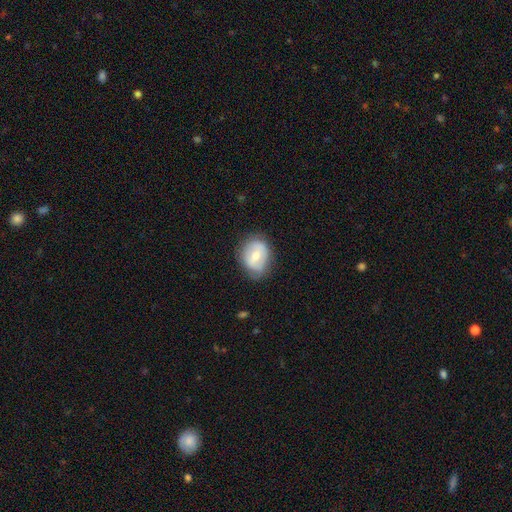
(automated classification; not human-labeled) smooth_or_featured: smooth (p=0.58) [alt: featured or disk p=0.35]
how_rounded: in between (p=0.51) [alt: round p=0.48]
merging: none (p=0.69) [alt: minor disturbance p=0.23]